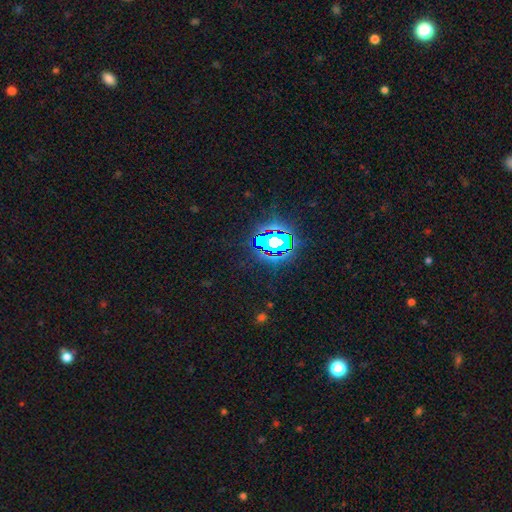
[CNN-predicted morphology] smooth_or_featured: star or artifact (p=0.80) [alt: smooth p=0.13]